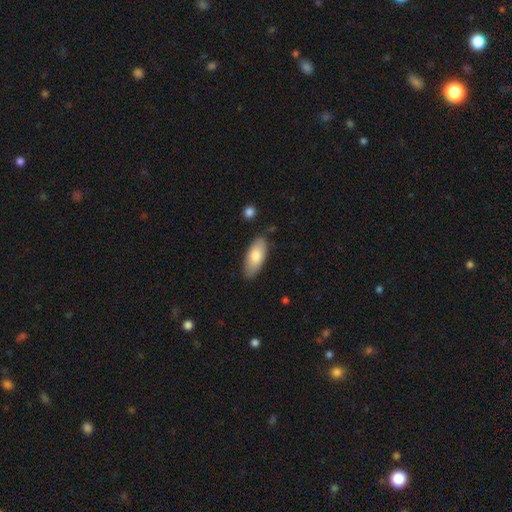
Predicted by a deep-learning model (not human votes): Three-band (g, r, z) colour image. It shows a smooth galaxy with no disk features (77%) that is in between round and cigar-shaped (85%). Merging: none (82%).